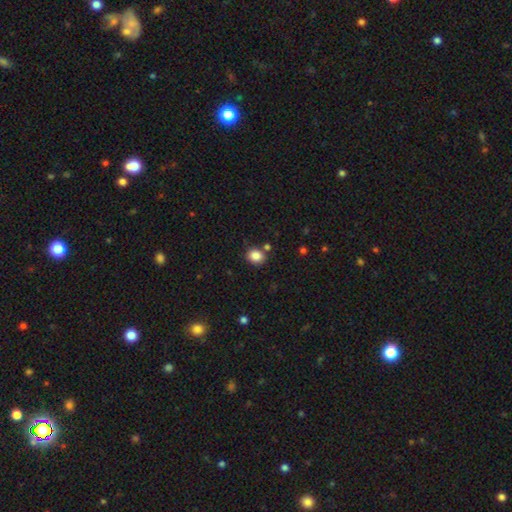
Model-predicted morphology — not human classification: smooth 85%, star or artifact 10%, featured or disk 5%. Down the decision tree: how rounded — round (65%); merging — none (80%).